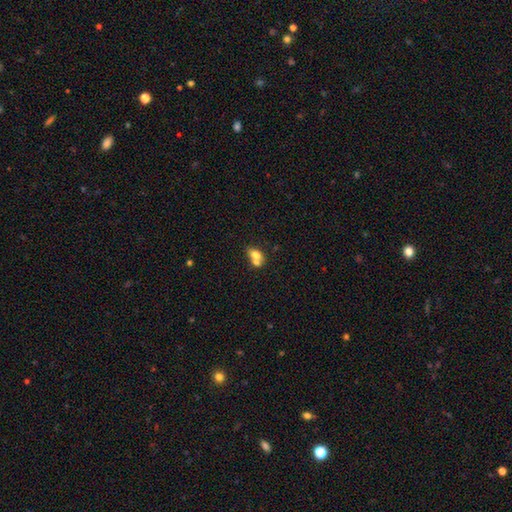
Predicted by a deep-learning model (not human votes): smooth-or-featured: smooth: 71% | featured or disk: 20% | star or artifact: 10%
  how-rounded: in between: 71% | round: 27% | cigar-shaped: 3%
  merging: merger: 56% | none: 31% | minor disturbance: 9% | major disturbance: 4%